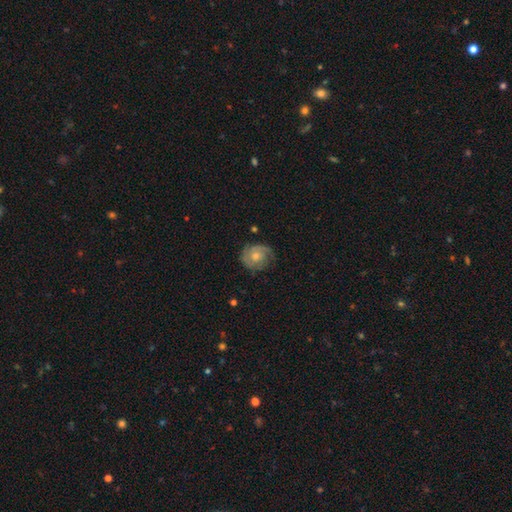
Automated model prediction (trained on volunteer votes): The model was most divided on "bulge size": moderate: 53%, small: 39%, large: 4%, none: 3%, dominant: 1%. Remaining: edge-on disk — no (97%); spiral arms — yes (86%); bar — no (79%); merging — none (67%); smooth or featured — featured or disk (62%); spiral winding — tight (55%); spiral arm count — 2 (41%).